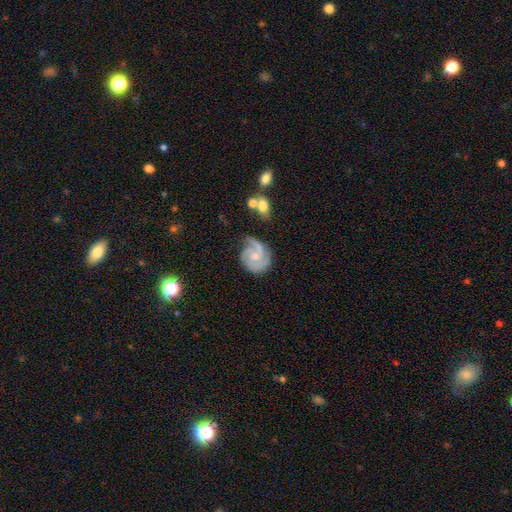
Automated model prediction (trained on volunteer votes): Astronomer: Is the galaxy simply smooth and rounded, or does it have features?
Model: featured or disk — 83%.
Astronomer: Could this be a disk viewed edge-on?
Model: no — 98%.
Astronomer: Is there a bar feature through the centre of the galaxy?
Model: no — 62%.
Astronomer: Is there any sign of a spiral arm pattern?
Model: yes — 96%.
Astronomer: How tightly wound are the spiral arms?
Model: tight — 44% (runner-up: medium, 42%).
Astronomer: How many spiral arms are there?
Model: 3 — 42% (runner-up: 2, 30%).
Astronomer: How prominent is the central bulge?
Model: small — 52% (runner-up: moderate, 39%).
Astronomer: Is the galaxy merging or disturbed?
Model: none — 57%.